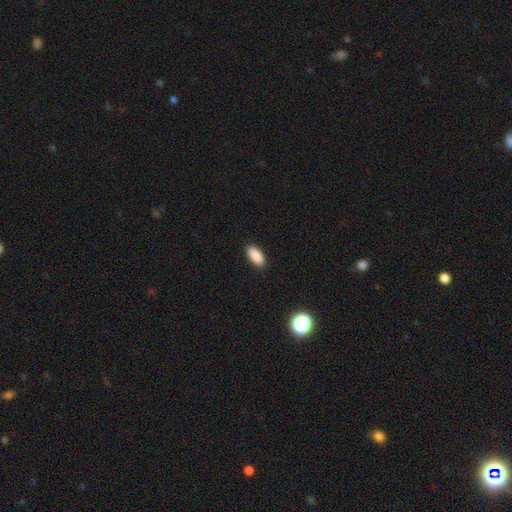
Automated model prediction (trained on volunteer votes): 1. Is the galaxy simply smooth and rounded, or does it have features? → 89% smooth, 7% star or artifact, 4% featured or disk.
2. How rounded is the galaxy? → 89% in between, 9% cigar-shaped, 2% round.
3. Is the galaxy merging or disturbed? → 89% none, 8% minor disturbance, 2% major disturbance, 1% merger.